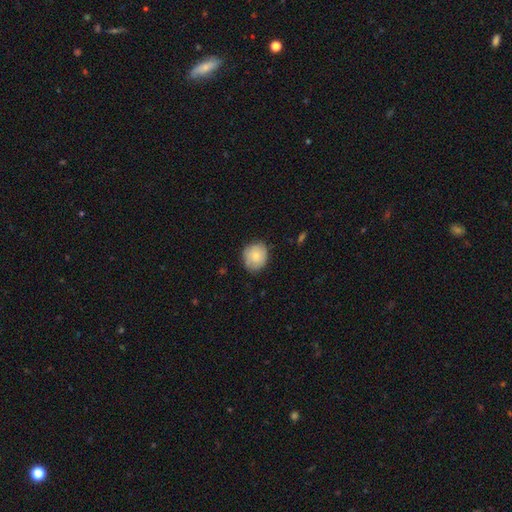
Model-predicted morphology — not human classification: Smooth or featured? Predicted: smooth (p=0.74). How rounded? Predicted: round (p=0.77). Merging? Predicted: none (p=0.75).